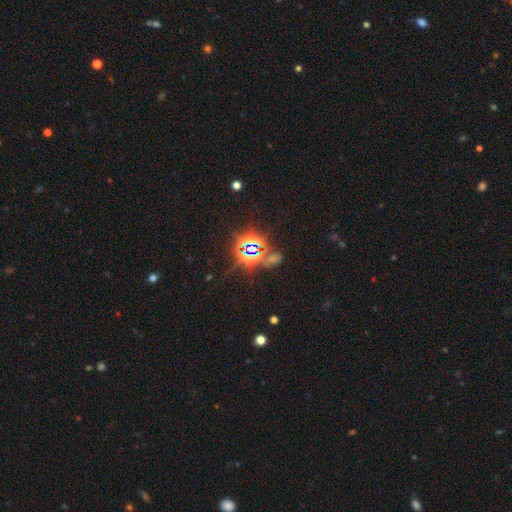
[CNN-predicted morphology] This is likely a star or artifact rather than a galaxy (79%).